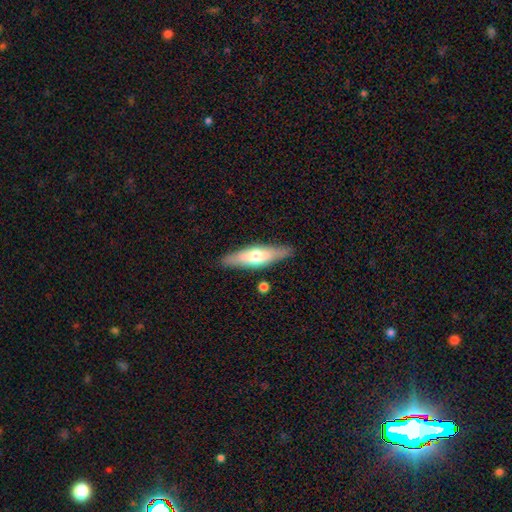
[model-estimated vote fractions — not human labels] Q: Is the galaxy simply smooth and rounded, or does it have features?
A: smooth — 48%.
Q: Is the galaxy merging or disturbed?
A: none — 85%.